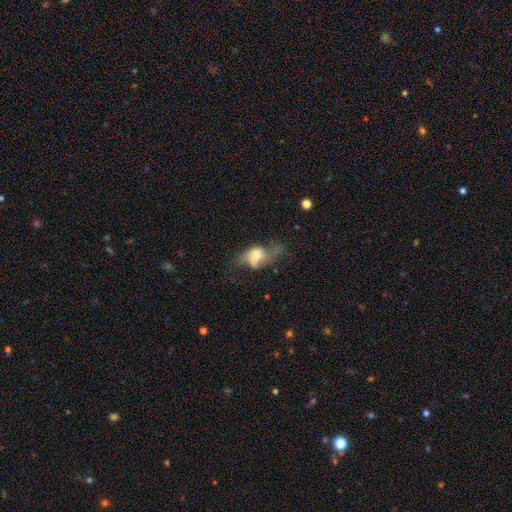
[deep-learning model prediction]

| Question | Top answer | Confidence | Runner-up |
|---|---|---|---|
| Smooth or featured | featured or disk | 50% | smooth (41%) |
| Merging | major disturbance | 39% | none (31%) |